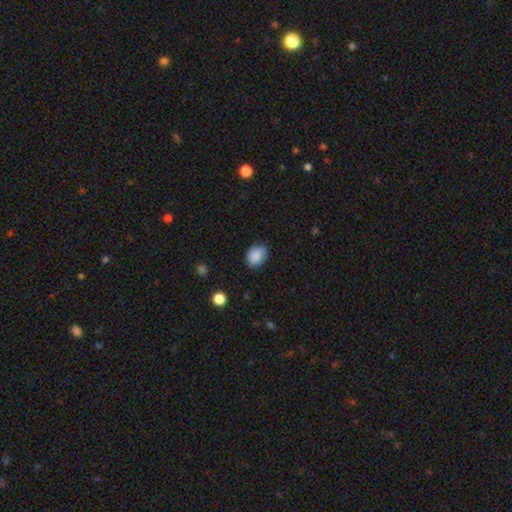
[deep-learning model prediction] smooth_or_featured: smooth (p=0.87) [alt: star or artifact p=0.08]
how_rounded: in between (p=0.56) [alt: round p=0.43]
merging: none (p=0.70) [alt: minor disturbance p=0.24]